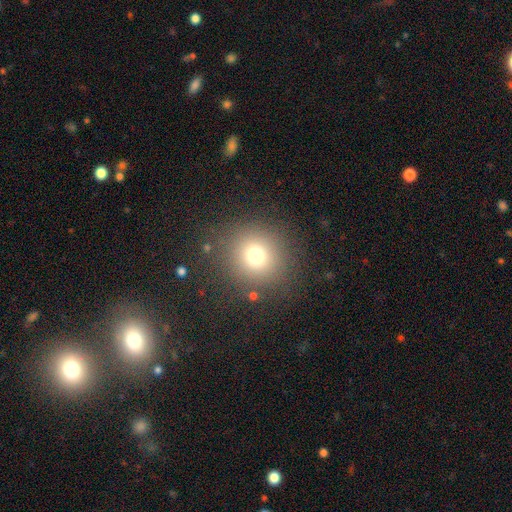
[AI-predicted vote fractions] Smooth or featured? Predicted: smooth (p=0.73). How rounded? Predicted: round (p=0.91). Merging? Predicted: none (p=0.85).